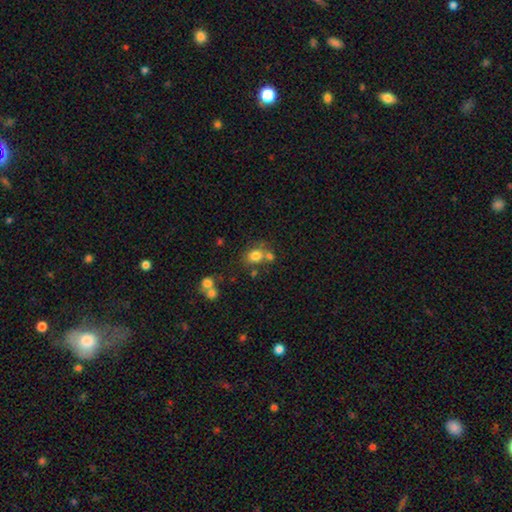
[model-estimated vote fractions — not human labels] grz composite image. It shows a smooth galaxy with no disk features (77%) that is round (63%). Merging: none (56%).